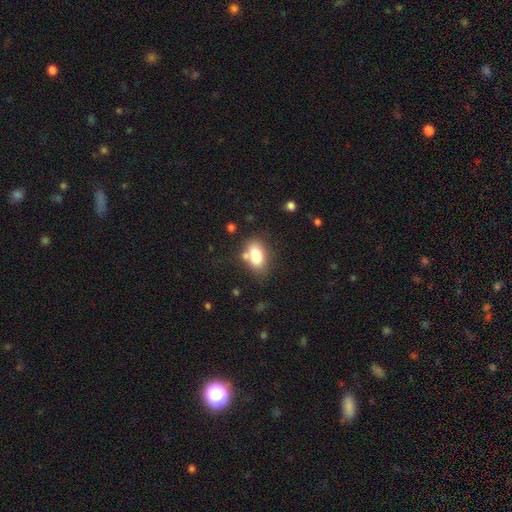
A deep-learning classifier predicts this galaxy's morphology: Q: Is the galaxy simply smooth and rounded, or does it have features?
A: smooth — 80%.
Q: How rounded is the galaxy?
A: in between — 87%.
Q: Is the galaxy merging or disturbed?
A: none — 65%.